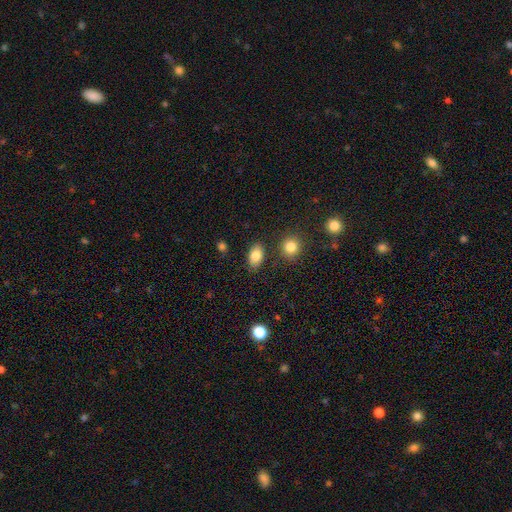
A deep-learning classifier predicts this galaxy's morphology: This is clearly a smooth galaxy (83%). How rounded: clearly in between (89%). Merging: clearly none (83%).